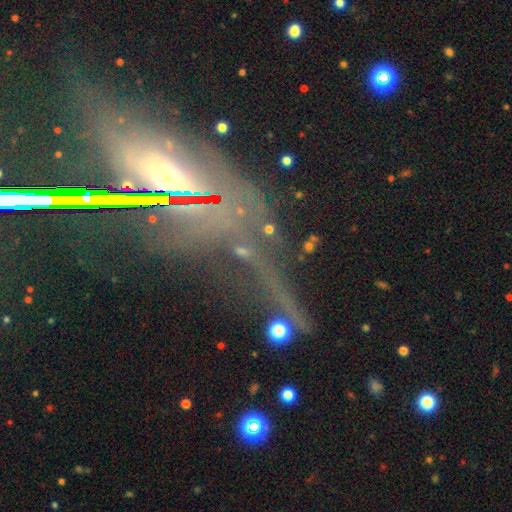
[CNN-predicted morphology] This appears to be a star or artifact, not a galaxy (41%).